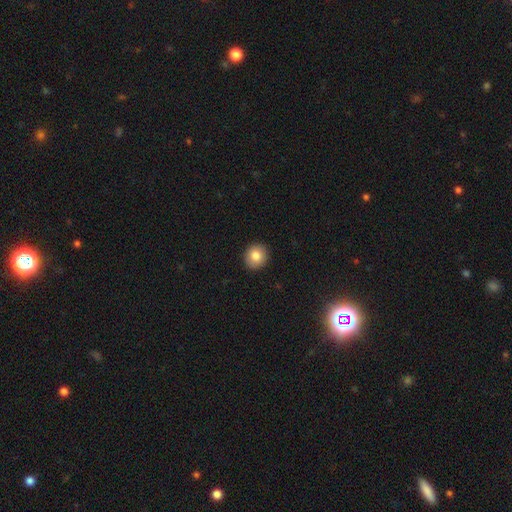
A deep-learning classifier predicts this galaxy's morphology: A smooth galaxy with no disk features (84%) that is round (86%). Merging: none (92%).